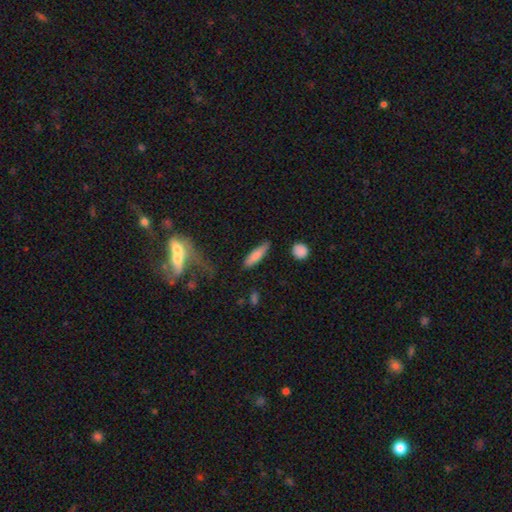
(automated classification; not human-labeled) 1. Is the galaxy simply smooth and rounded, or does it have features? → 78% smooth, 15% featured or disk, 7% star or artifact.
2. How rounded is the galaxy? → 69% cigar-shaped, 29% in between, 2% round.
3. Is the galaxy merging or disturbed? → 75% none, 18% minor disturbance, 5% major disturbance, 3% merger.